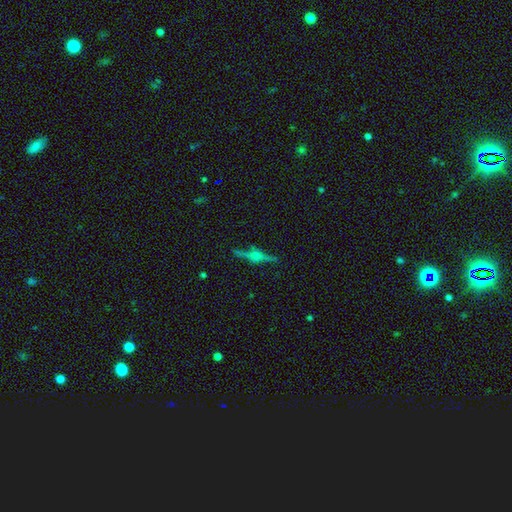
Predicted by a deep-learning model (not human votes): Smooth or featured: featured or disk — 76% (smooth — 14%)
Edge-on disk: yes — 97% (no — 3%)
Edge-on bulge: rounded — 87% (boxy — 9%)
Merging: none — 87% (minor disturbance — 9%)